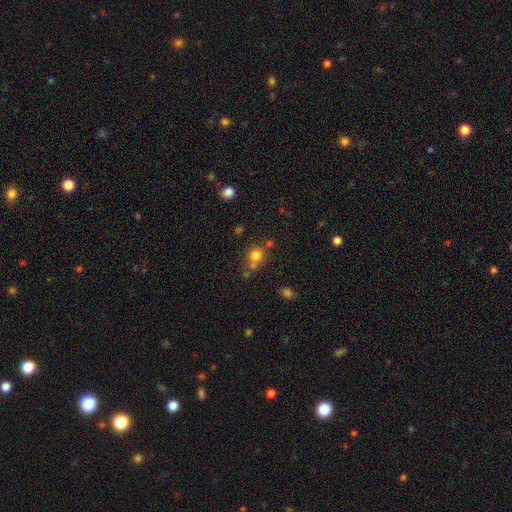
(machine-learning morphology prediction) Smooth or featured? smooth (77%)
How rounded? round (86%)
Merging? none (56%)